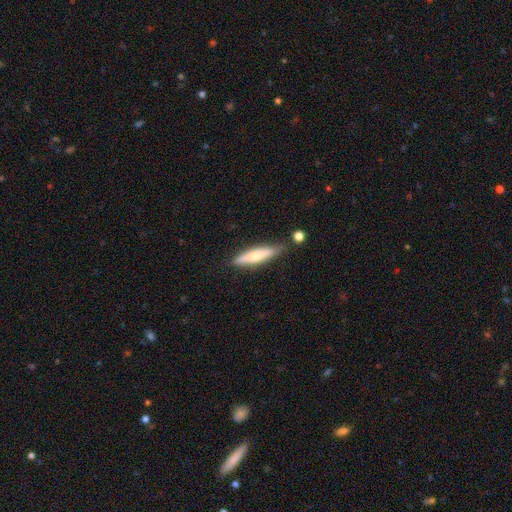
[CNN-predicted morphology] Smooth or featured? smooth (56%)
How rounded? cigar-shaped (79%)
Merging? none (76%)